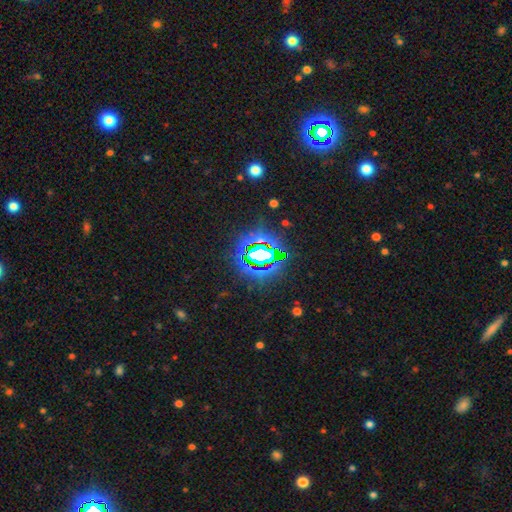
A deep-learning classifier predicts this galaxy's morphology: A star or artifact, not a galaxy (76%).